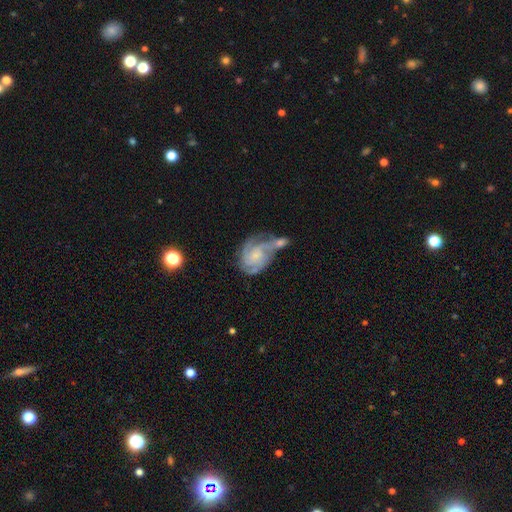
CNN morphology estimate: featured or disk 79%, smooth 14%, star or artifact 7%. Down the decision tree: edge-on disk — no (98%); bar — no (68%); spiral arms — yes (94%); spiral arm count — 3 (36%); spiral winding — tight (48%); bulge size — small (60%); merging — merger (36%).